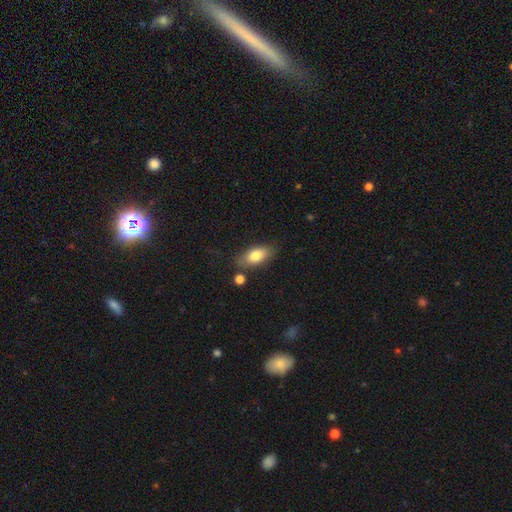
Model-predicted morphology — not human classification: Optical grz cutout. It shows a smooth galaxy with no disk features (79%) that is in between round and cigar-shaped (86%). Merging: none (76%).